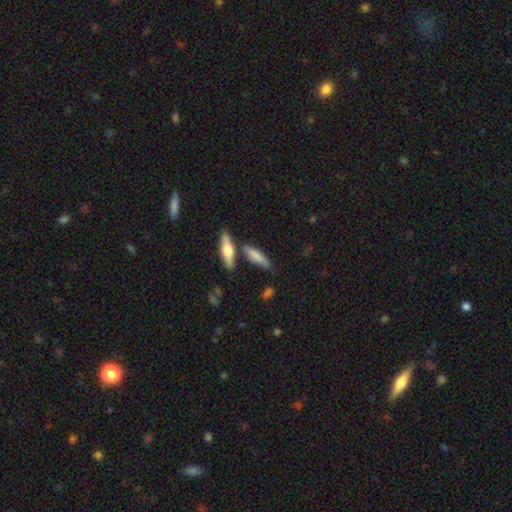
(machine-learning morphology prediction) type=smooth (72%); roundness=cigar-shaped (62%); merging=none (66%).